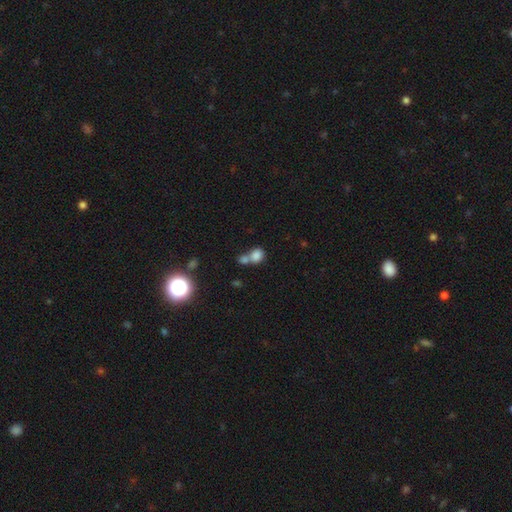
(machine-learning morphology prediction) The model was most divided on "how rounded": round: 61%, in between: 38%, cigar-shaped: 1%. More confident: smooth or featured — smooth (79%); merging — merger (56%).